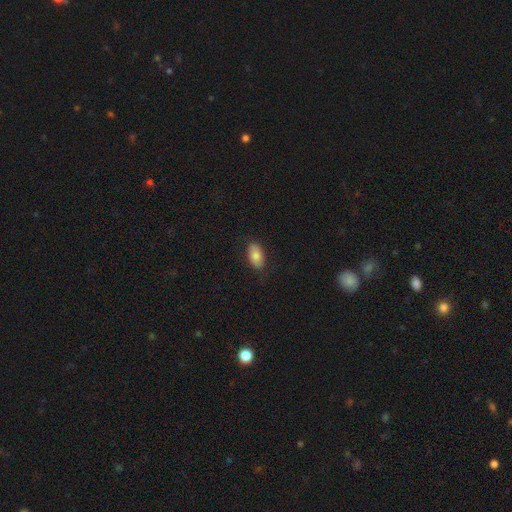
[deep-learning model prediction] A smooth galaxy with no disk features (81%) that is in between round and cigar-shaped (93%). Merging: none (84%).